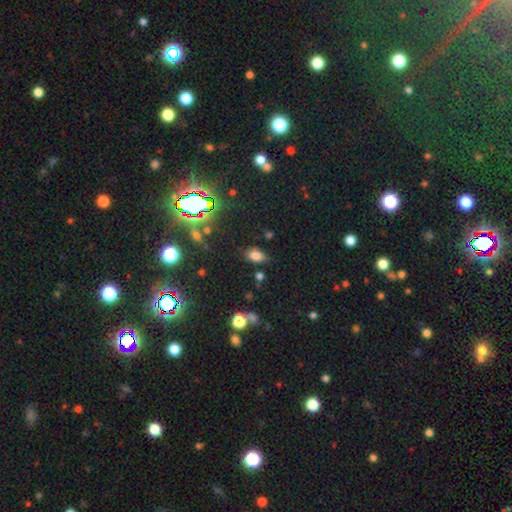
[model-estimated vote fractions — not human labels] smooth 74%, star or artifact 18%, featured or disk 8%. Down the decision tree: how rounded — in between (87%); merging — none (77%).